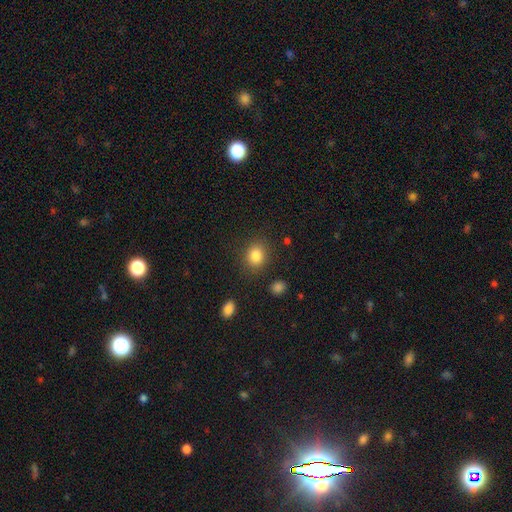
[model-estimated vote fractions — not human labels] This appears to be a smooth galaxy with no disk features (84%) that is round (63%). Merging: none (84%).